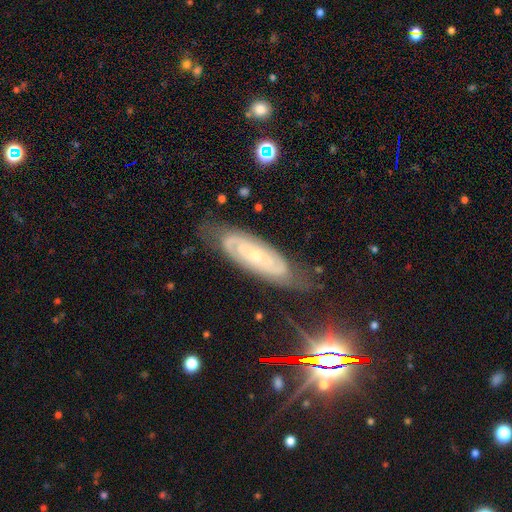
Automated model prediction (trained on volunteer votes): Smooth or featured? Predicted: featured or disk (p=0.79). Edge-on disk? Predicted: no (p=0.87). Bar? Predicted: no (p=0.71). Spiral arms? Predicted: yes (p=0.92). Spiral winding? Predicted: tight (p=0.71). Spiral arm count? Predicted: 2 (p=0.48). Bulge size? Predicted: small (p=0.71). Merging? Predicted: none (p=0.73).